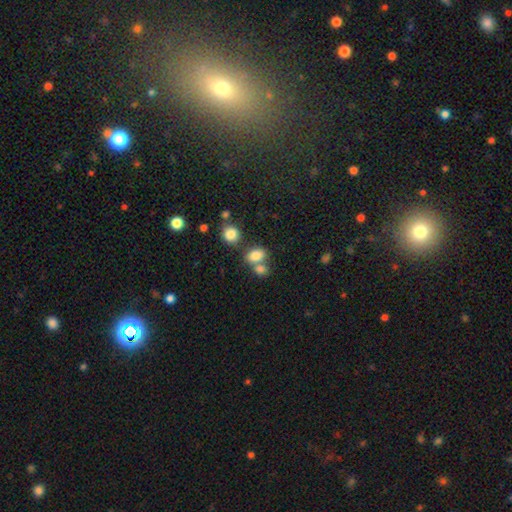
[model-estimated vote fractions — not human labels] smooth-or-featured: smooth: 81% | star or artifact: 11% | featured or disk: 8%
  how-rounded: in between: 74% | round: 24% | cigar-shaped: 2%
  merging: none: 43% | merger: 41% | minor disturbance: 11% | major disturbance: 5%